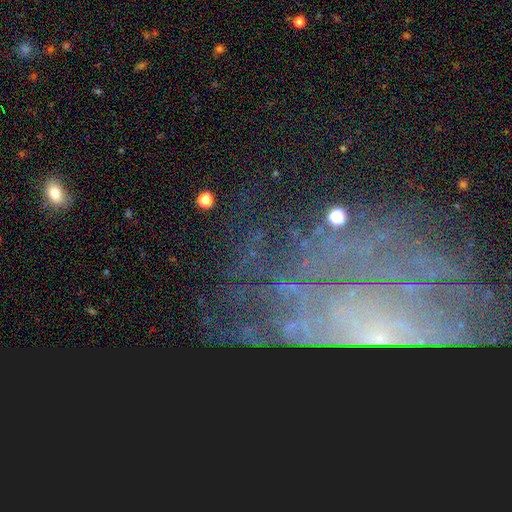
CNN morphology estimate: Smooth or featured? featured or disk (50%)
Edge-on disk? no (85%)
Merging? none (62%)